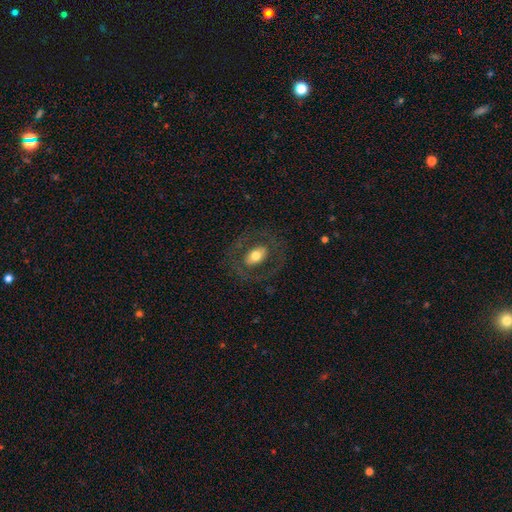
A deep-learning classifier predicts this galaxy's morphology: A smooth galaxy with no disk features (48%).

Vote fractions:
- Smooth or featured? smooth: 48% / featured or disk: 45% / star or artifact: 7%
- Merging? none: 76% / minor disturbance: 12% / major disturbance: 11% / merger: 1%